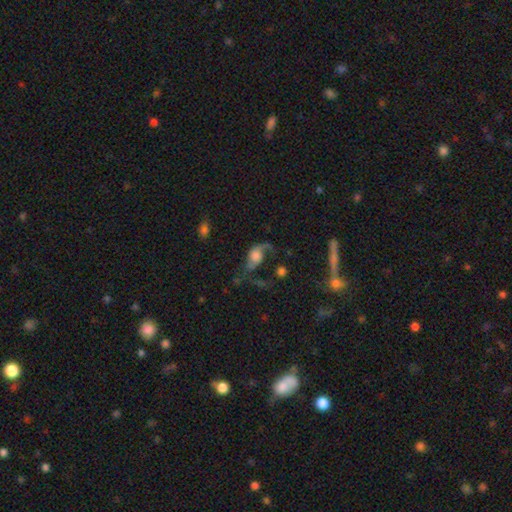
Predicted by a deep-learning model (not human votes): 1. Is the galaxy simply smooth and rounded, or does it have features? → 56% featured or disk, 33% smooth, 11% star or artifact.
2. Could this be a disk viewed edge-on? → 93% no, 7% yes.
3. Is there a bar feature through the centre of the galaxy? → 75% no, 21% weak, 5% strong.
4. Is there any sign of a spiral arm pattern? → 80% yes, 20% no.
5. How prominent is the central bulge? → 37% large, 24% moderate, 15% none, 13% small, 11% dominant.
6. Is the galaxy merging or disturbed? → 41% major disturbance, 31% none, 21% minor disturbance, 7% merger.